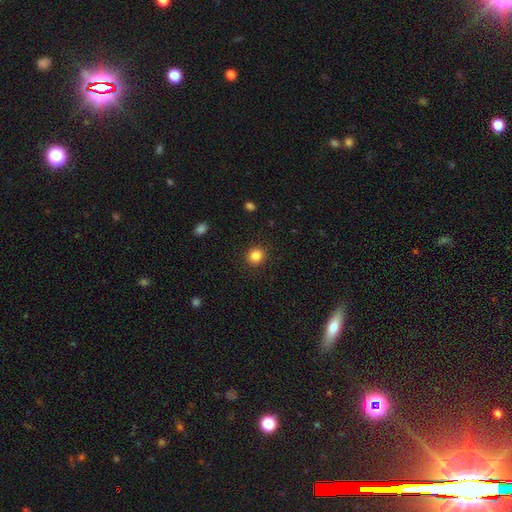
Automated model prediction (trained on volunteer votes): Q: Smooth or featured?
A: smooth (85%); runner-up: star or artifact (11%)
Q: How rounded?
A: round (87%); runner-up: in between (12%)
Q: Merging?
A: none (91%); runner-up: minor disturbance (6%)